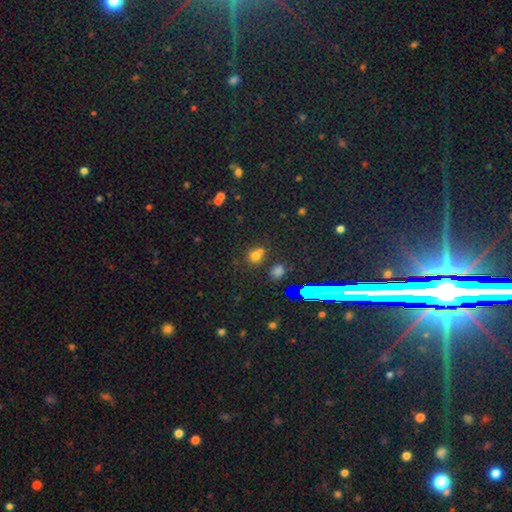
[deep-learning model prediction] smooth 59%, star or artifact 31%, featured or disk 10%. Down the decision tree: how rounded — round (78%); merging — none (53%).